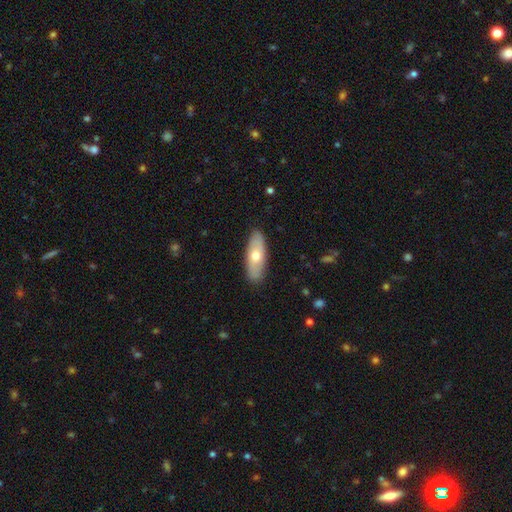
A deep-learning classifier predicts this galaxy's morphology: smooth_or_featured: smooth (p=0.59) [alt: featured or disk p=0.35]
how_rounded: in between (p=0.72) [alt: cigar-shaped p=0.25]
merging: none (p=0.87) [alt: minor disturbance p=0.10]